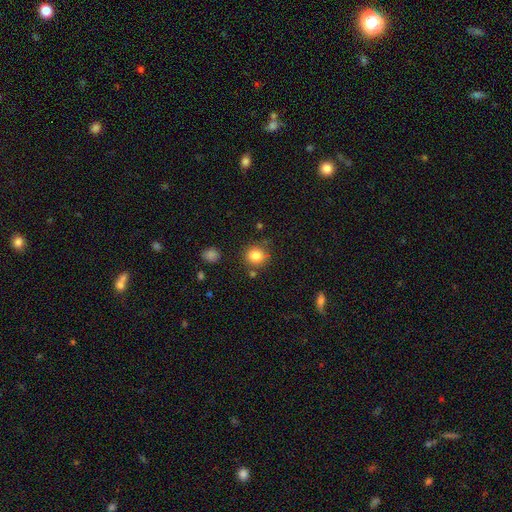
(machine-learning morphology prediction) smooth 83%, star or artifact 11%, featured or disk 6%. Down the decision tree: how rounded — round (90%); merging — none (81%).